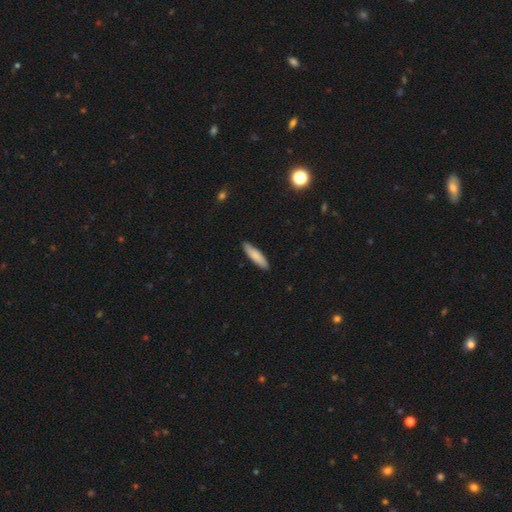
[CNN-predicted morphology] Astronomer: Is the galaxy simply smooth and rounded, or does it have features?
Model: smooth — 84%.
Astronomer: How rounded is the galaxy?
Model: cigar-shaped — 74%.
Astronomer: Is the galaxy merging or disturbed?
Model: none — 89%.